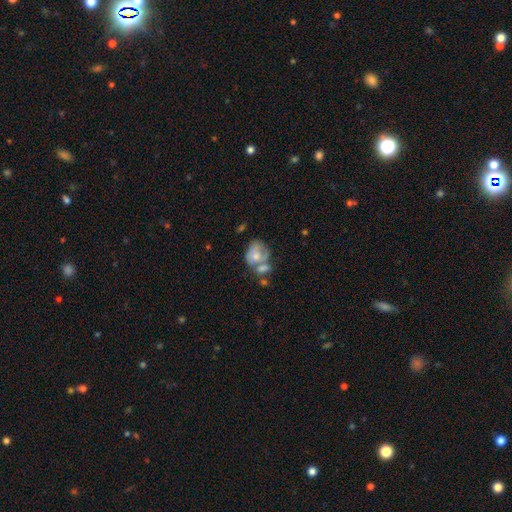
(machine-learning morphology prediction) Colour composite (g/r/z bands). It shows a smooth galaxy with no disk features (53%) that is in between round and cigar-shaped (58%). Merging: merger (46%).